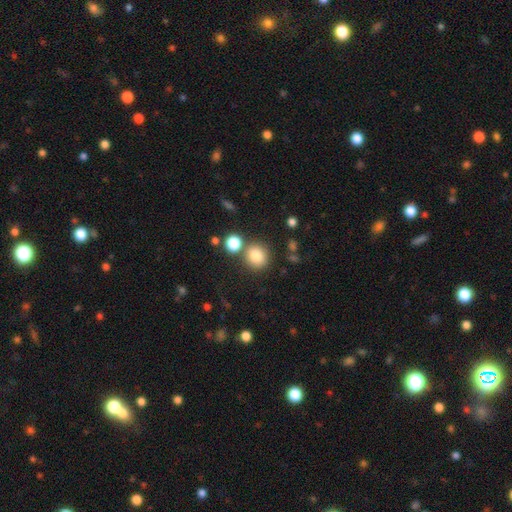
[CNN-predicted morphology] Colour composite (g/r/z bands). It shows a smooth galaxy with no disk features (82%) that is round (87%). Merging: none (74%).